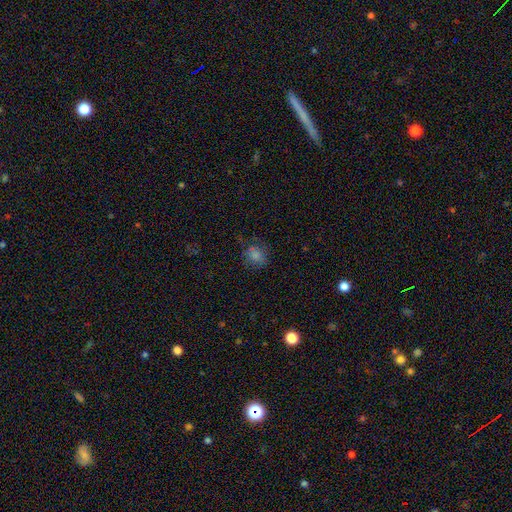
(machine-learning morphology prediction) Smooth or featured? smooth (68%)
How rounded? round (76%)
Merging? none (75%)